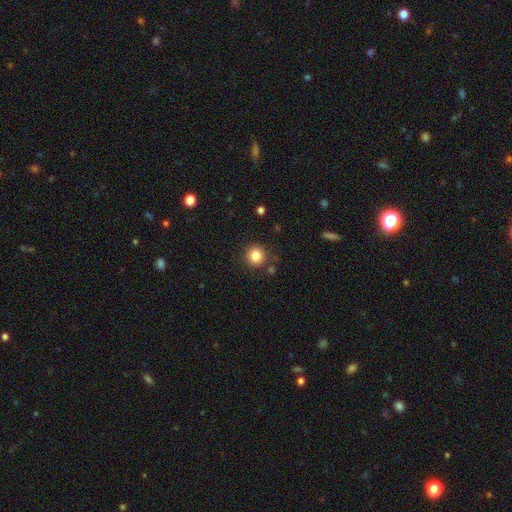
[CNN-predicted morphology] Smooth or featured? smooth (83%)
How rounded? round (93%)
Merging? none (86%)